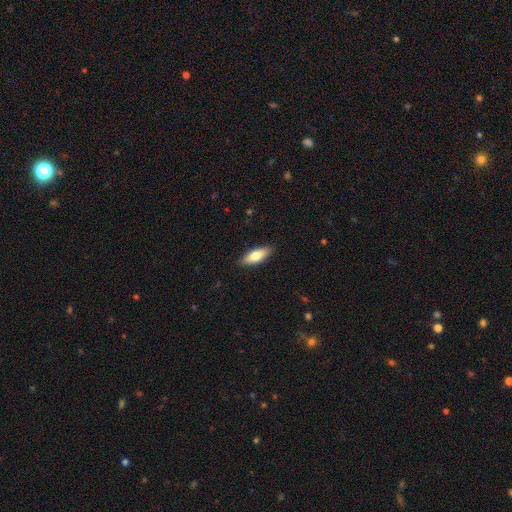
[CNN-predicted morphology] A smooth galaxy with no disk features (79%) that is in between round and cigar-shaped (70%).

Vote fractions:
- Smooth or featured? smooth: 79% / featured or disk: 16% / star or artifact: 6%
- How rounded? in between: 70% / cigar-shaped: 27% / round: 2%
- Merging? none: 88% / minor disturbance: 9% / major disturbance: 2% / merger: 1%